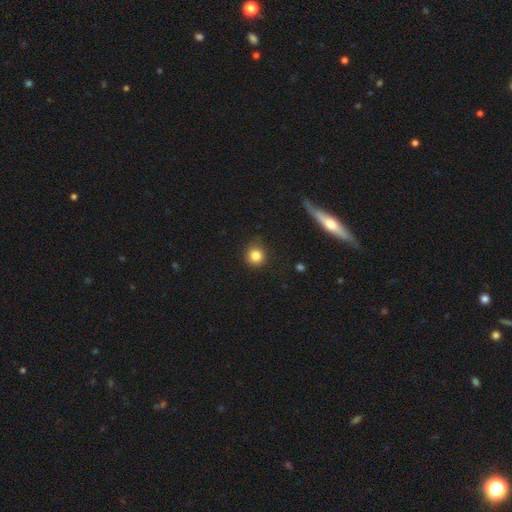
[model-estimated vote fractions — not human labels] Smooth or featured?
  - smooth: 83% *
  - star or artifact: 11%
  - featured or disk: 6%
How rounded?
  - round: 91% *
  - in between: 8%
  - cigar-shaped: 1%
Merging?
  - none: 83% *
  - minor disturbance: 12%
  - major disturbance: 3%
  - merger: 2%